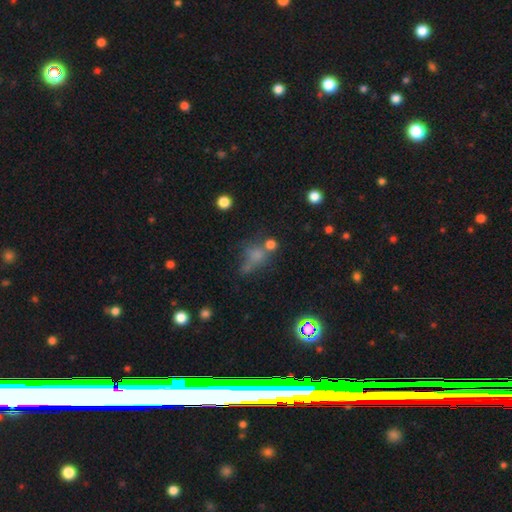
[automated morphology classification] smooth-or-featured: smooth: 57% | star or artifact: 25% | featured or disk: 18%
  how-rounded: in between: 47% (tied) | round: 47% (tied) | cigar-shaped: 6%
  merging: none: 37% | major disturbance: 22% | merger: 21% | minor disturbance: 20%